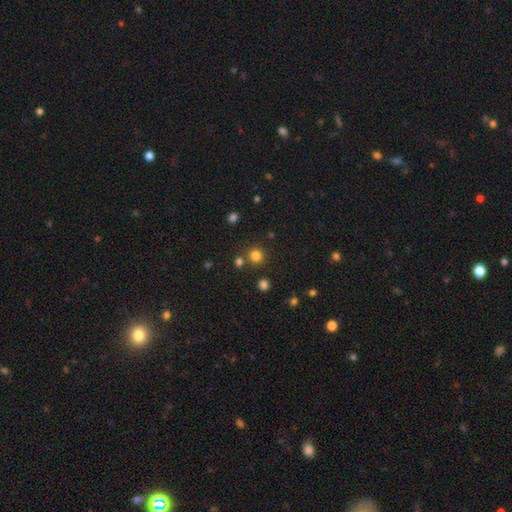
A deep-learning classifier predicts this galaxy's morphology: Smooth or featured? Predicted: smooth (p=0.79). How rounded? Predicted: round (p=0.92). Merging? Predicted: none (p=0.81).